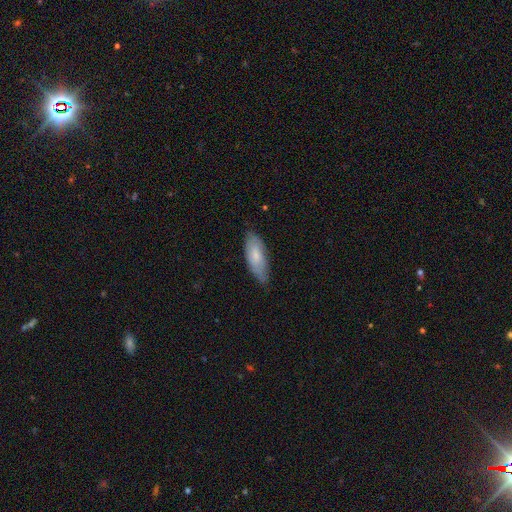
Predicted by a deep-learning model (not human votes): Smooth or featured? Predicted: smooth (p=0.65). How rounded? Predicted: in between (p=0.74). Merging? Predicted: none (p=0.70).